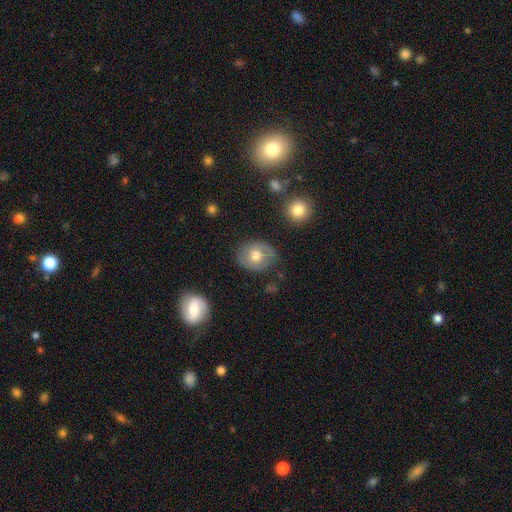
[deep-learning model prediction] smooth 58%, featured or disk 34%, star or artifact 8%. Down the decision tree: how rounded — round (55%); merging — none (78%).